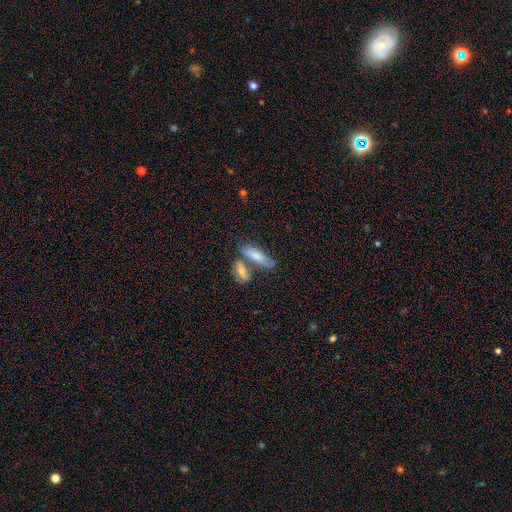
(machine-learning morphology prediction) A smooth galaxy with no disk features (72%) that is in between round and cigar-shaped (50%).

Vote fractions:
- Smooth or featured? smooth: 72% / featured or disk: 22% / star or artifact: 7%
- How rounded? in between: 50% / cigar-shaped: 47% / round: 3%
- Merging? none: 50% / merger: 35% / minor disturbance: 11% / major disturbance: 4%